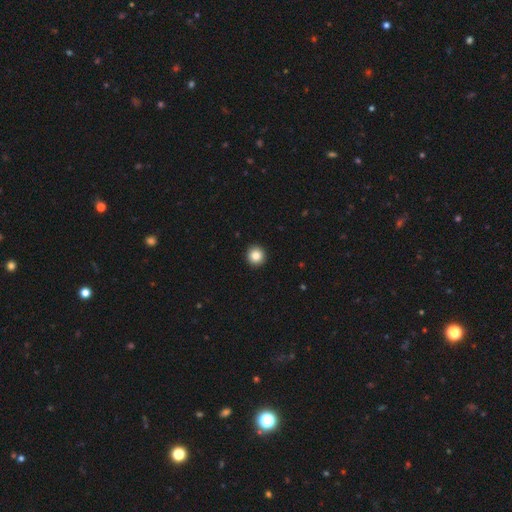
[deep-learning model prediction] This is clearly a smooth galaxy (85%). How rounded: clearly round (95%). Merging: clearly none (94%).